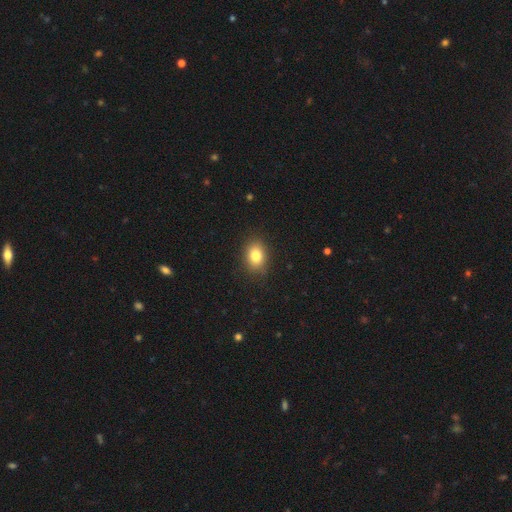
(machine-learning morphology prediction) Smooth or featured? smooth (82%)
How rounded? in between (69%)
Merging? none (85%)